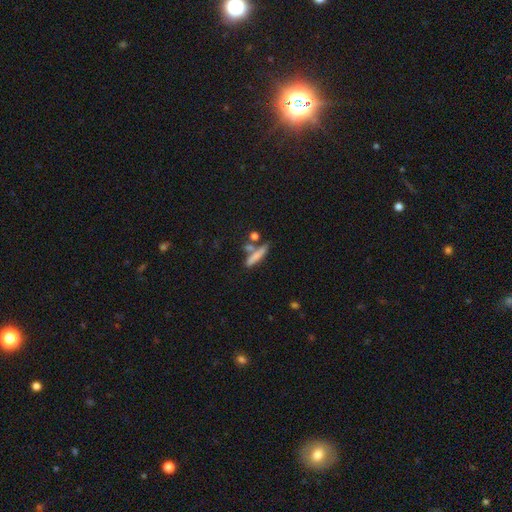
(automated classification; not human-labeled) A smooth galaxy with no disk features (69%) that is cigar-shaped (80%). Merging: none (57%).